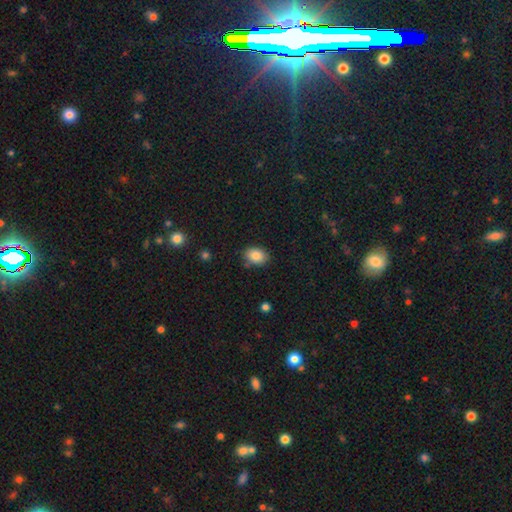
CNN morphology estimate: smooth_or_featured: smooth (p=0.85) [alt: star or artifact p=0.08]
how_rounded: in between (p=0.72) [alt: round p=0.27]
merging: none (p=0.82) [alt: minor disturbance p=0.12]